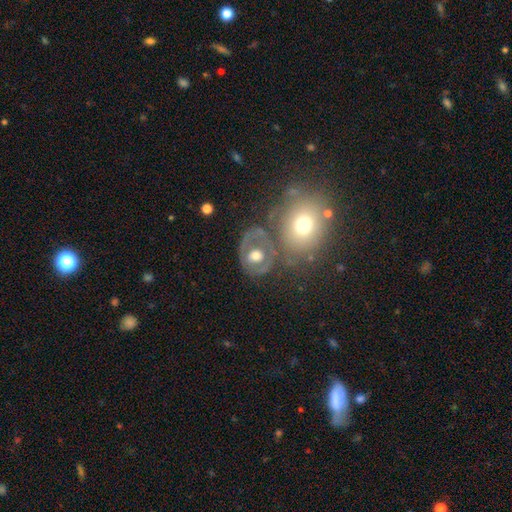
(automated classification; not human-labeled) featured or disk 48%, smooth 44%, star or artifact 8%. Down the decision tree: merging — none (46%).